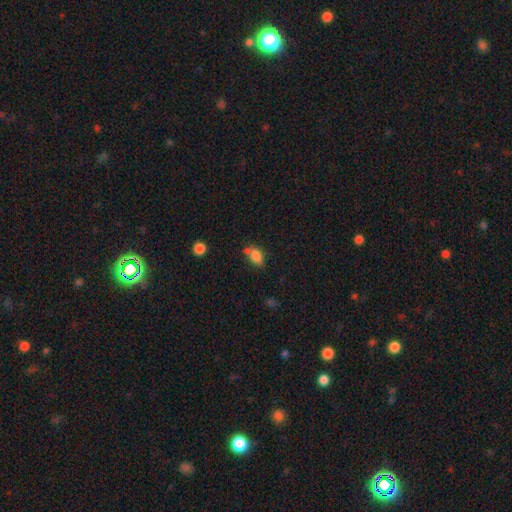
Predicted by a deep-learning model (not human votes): A smooth galaxy with no disk features (79%) that is in between round and cigar-shaped (83%).

Vote fractions:
- Smooth or featured? smooth: 79% / featured or disk: 10% / star or artifact: 10%
- How rounded? in between: 83% / round: 14% / cigar-shaped: 3%
- Merging? none: 49% / minor disturbance: 26% / merger: 17% / major disturbance: 9%